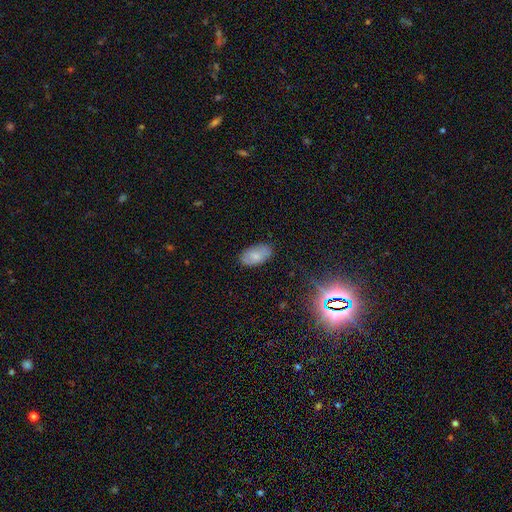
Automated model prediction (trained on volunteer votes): Smooth or featured?
  - smooth: 77% *
  - featured or disk: 15%
  - star or artifact: 8%
How rounded?
  - in between: 94% *
  - round: 3%
  - cigar-shaped: 2%
Merging?
  - none: 82% *
  - minor disturbance: 14%
  - major disturbance: 3%
  - merger: 1%